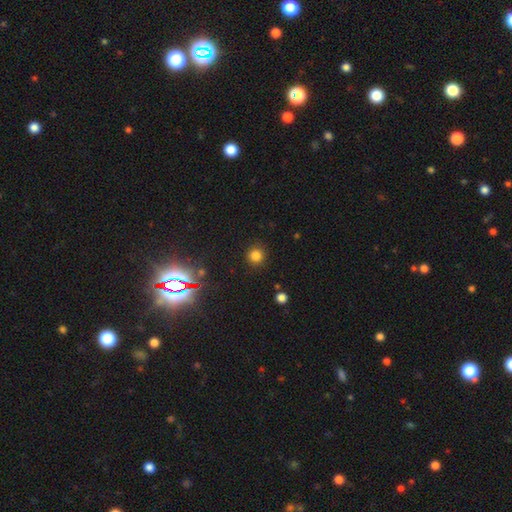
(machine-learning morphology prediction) Smooth or featured: smooth — 79% (star or artifact — 16%)
How rounded: round — 94% (in between — 5%)
Merging: none — 90% (minor disturbance — 6%)